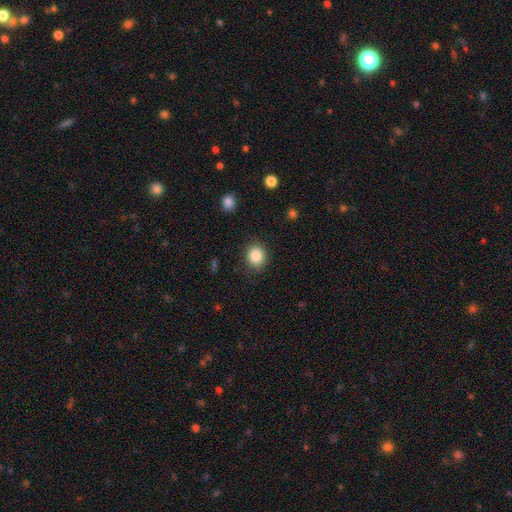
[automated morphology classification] Q: Smooth or featured?
A: smooth (86%); runner-up: star or artifact (9%)
Q: How rounded?
A: round (74%); runner-up: in between (25%)
Q: Merging?
A: none (85%); runner-up: minor disturbance (10%)